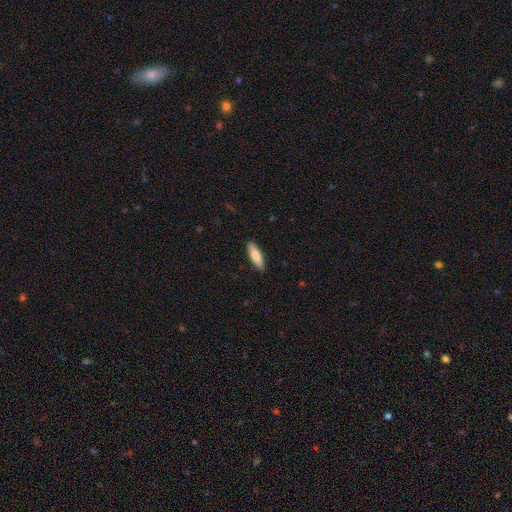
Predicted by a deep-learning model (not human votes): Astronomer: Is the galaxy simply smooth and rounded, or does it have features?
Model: smooth — 78%.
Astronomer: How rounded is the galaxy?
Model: cigar-shaped — 57% (runner-up: in between, 41%).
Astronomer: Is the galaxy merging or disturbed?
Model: none — 89%.